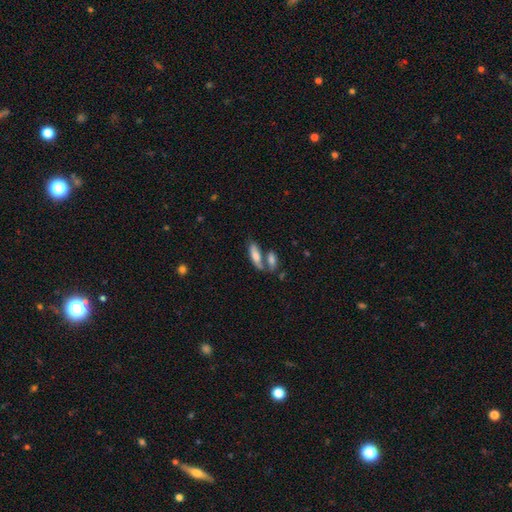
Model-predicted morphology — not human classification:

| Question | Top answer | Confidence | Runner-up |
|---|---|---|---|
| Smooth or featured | smooth | 74% | featured or disk (19%) |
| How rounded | in between | 62% | cigar-shaped (35%) |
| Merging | merger | 43% | none (41%) |